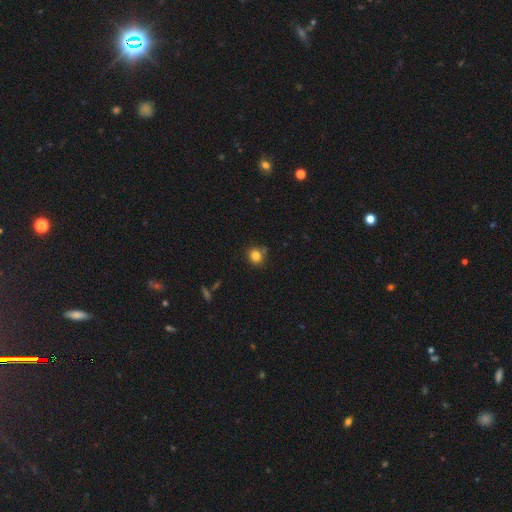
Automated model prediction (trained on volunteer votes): smooth 82%, star or artifact 12%, featured or disk 6%. Down the decision tree: how rounded — round (84%); merging — none (74%).